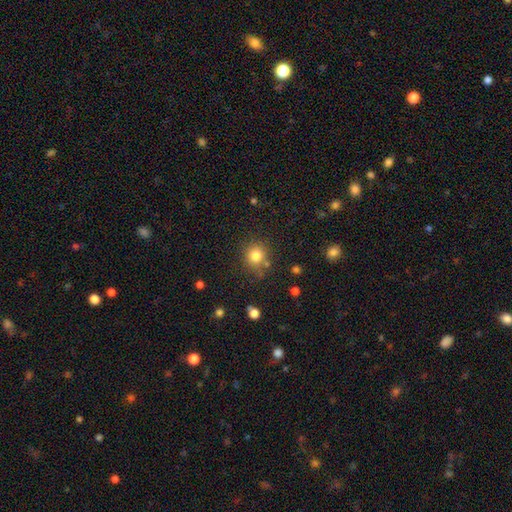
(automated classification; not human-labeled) The model was most divided on "merging": none: 77%, minor disturbance: 12%, merger: 6%, major disturbance: 4%. More confident: how rounded — round (88%); smooth or featured — smooth (81%).